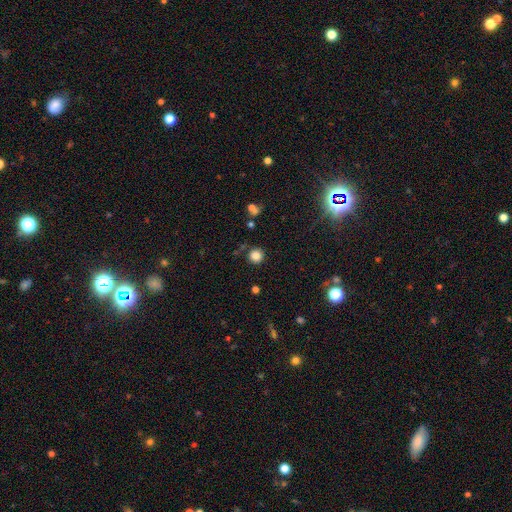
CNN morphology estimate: smooth_or_featured: smooth (p=0.83) [alt: star or artifact p=0.13]
how_rounded: round (p=0.95) [alt: in between p=0.04]
merging: none (p=0.88) [alt: minor disturbance p=0.07]